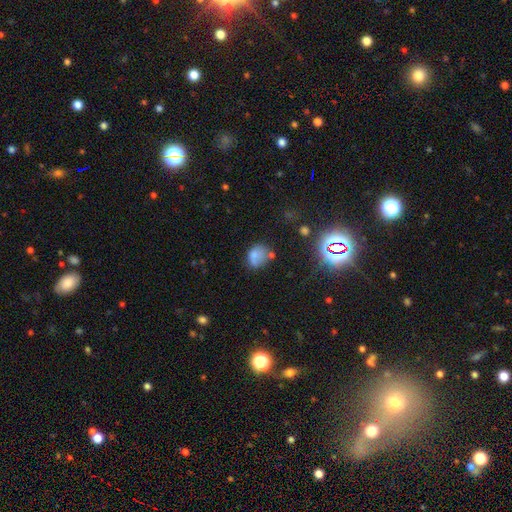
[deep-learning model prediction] smooth_or_featured: smooth (p=0.69) [alt: star or artifact p=0.16]
how_rounded: in between (p=0.56) [alt: round p=0.43]
merging: none (p=0.43) [alt: minor disturbance p=0.29]